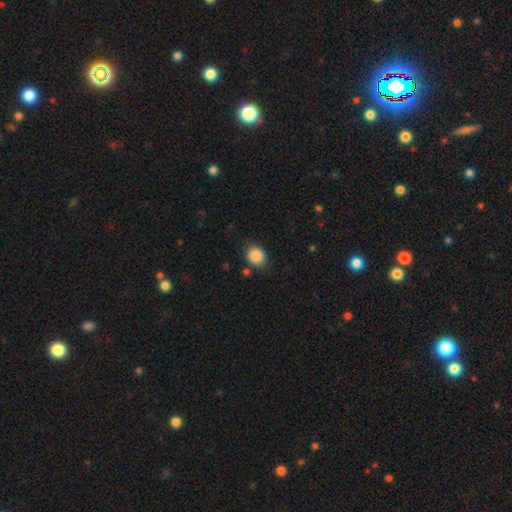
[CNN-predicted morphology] Smooth or featured?
  - smooth: 88% *
  - star or artifact: 8%
  - featured or disk: 4%
How rounded?
  - round: 67% *
  - in between: 32%
  - cigar-shaped: 1%
Merging?
  - none: 79% *
  - minor disturbance: 15%
  - major disturbance: 4%
  - merger: 3%